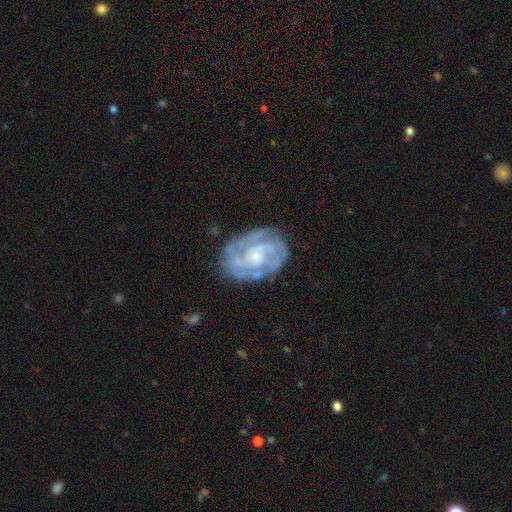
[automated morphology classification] smooth-or-featured: featured or disk: 82% | smooth: 12% | star or artifact: 6%
  disk-edge-on: no: 97% | yes: 3%
    bar: no: 68% | weak: 27% | strong: 5%
    has-spiral-arms: yes: 90% | no: 10%
      spiral-winding: tight: 59% | medium: 33% | loose: 8%
      spiral-arm-count: can't tell: 32% (tied) | 2: 32% (tied) | 3: 19% | 4: 7% | 1: 5% | more than 4: 4%
    bulge-size: small: 63% | moderate: 29% | none: 5% | large: 2% | dominant: 1%
  merging: none: 73% | minor disturbance: 18% | major disturbance: 7% | merger: 2%